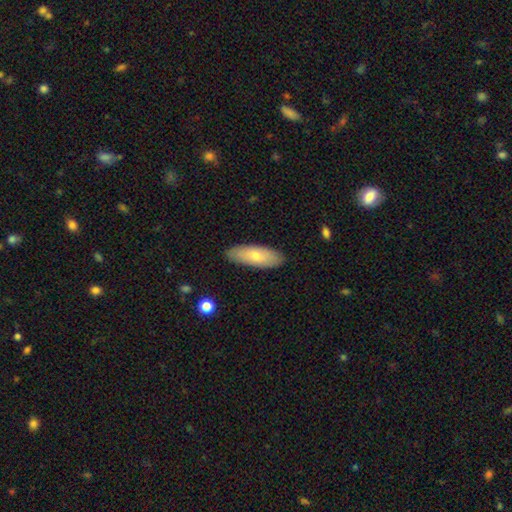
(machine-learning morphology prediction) Smooth or featured? Predicted: smooth (p=0.71). How rounded? Predicted: in between (p=0.69). Merging? Predicted: none (p=0.87).